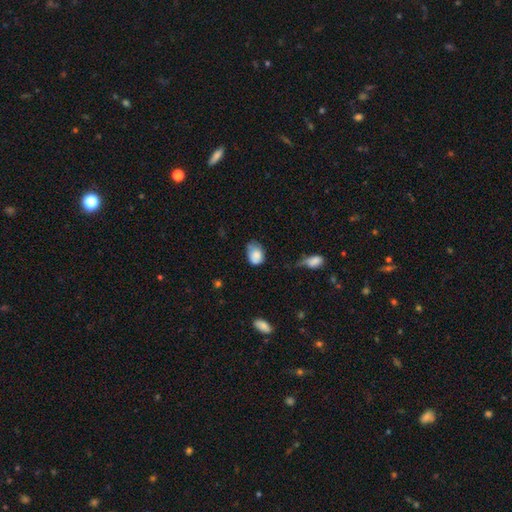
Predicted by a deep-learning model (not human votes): A smooth galaxy with no disk features (79%) that is in between round and cigar-shaped (71%). Merging: minor disturbance (43%).